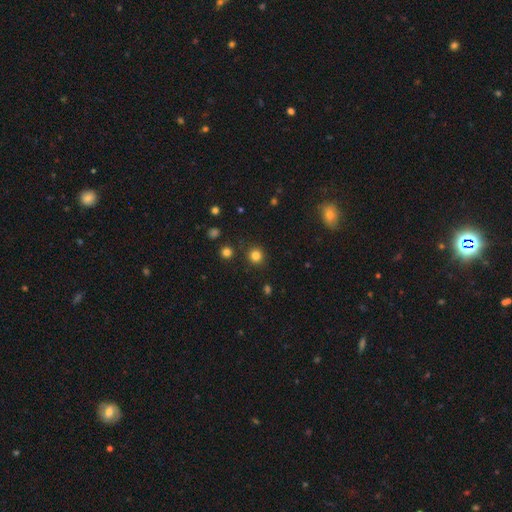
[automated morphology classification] smooth-or-featured: smooth: 81% | star or artifact: 14% | featured or disk: 5%
  how-rounded: round: 93% | in between: 6% | cigar-shaped: 1%
  merging: none: 89% | minor disturbance: 6% | major disturbance: 2% | merger: 2%